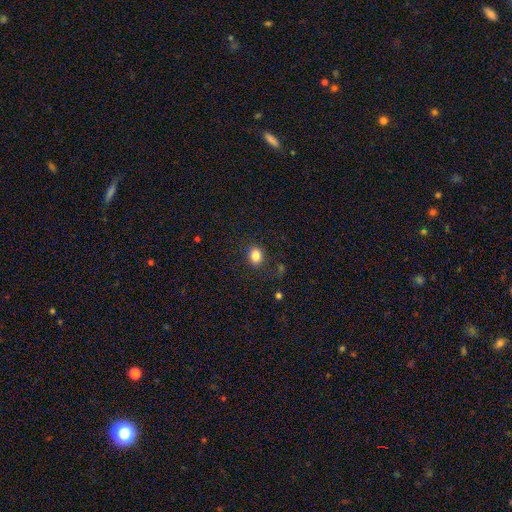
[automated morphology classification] A smooth galaxy with no disk features (83%) that is round (58%). Merging: none (85%).